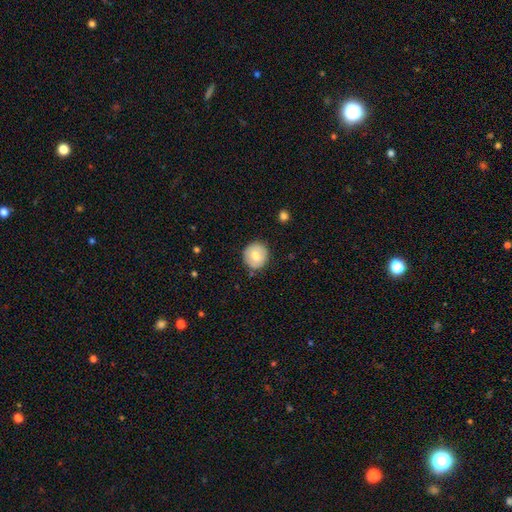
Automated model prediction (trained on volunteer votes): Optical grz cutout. It shows a smooth galaxy with no disk features (75%) that is round (89%). Merging: none (85%).